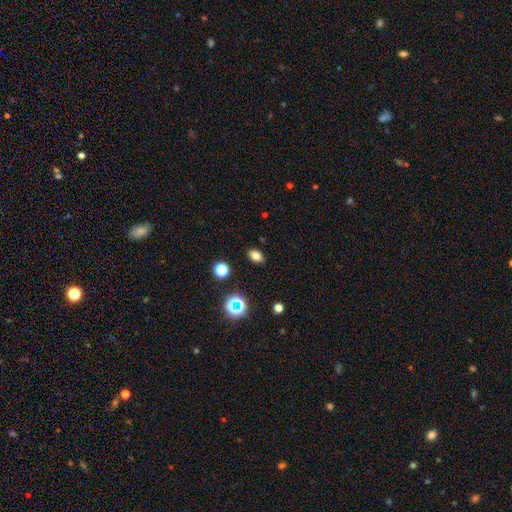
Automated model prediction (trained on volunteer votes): Morphology: type=smooth (77%); roundness=in between (80%); merging=none (87%).